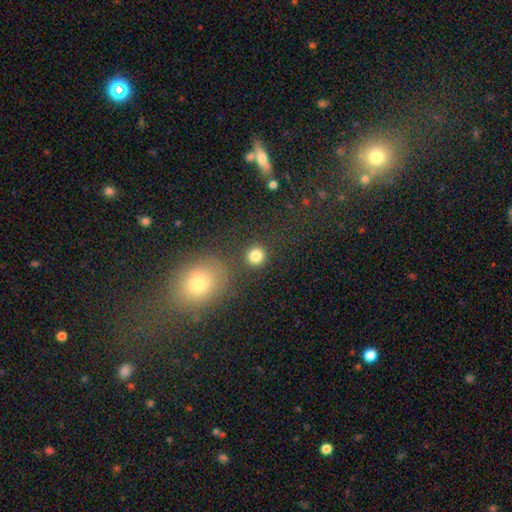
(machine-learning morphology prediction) Q: Smooth or featured?
A: smooth (83%); runner-up: star or artifact (12%)
Q: How rounded?
A: round (92%); runner-up: in between (7%)
Q: Merging?
A: none (85%); runner-up: minor disturbance (7%)